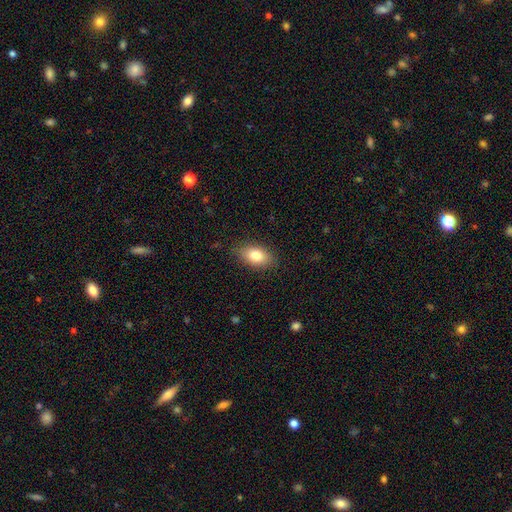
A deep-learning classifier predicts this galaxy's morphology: smooth-or-featured: smooth: 81% | featured or disk: 11% | star or artifact: 8%
  how-rounded: in between: 89% | round: 9% | cigar-shaped: 3%
  merging: none: 84% | minor disturbance: 12% | major disturbance: 3% | merger: 1%